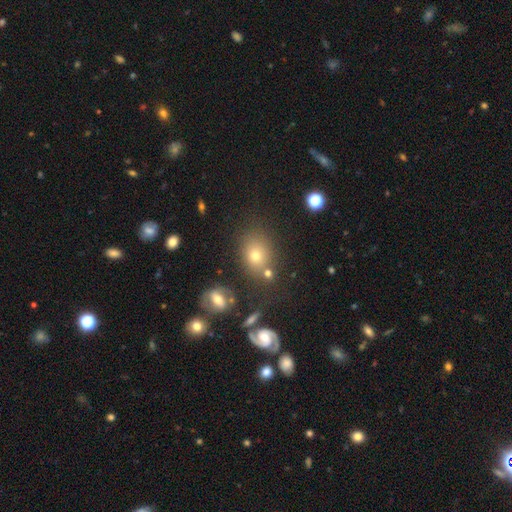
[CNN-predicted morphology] Smooth or featured?
  - smooth: 64% *
  - featured or disk: 20%
  - star or artifact: 17%
How rounded?
  - in between: 51% *
  - round: 48%
  - cigar-shaped: 1%
Merging?
  - none: 68% *
  - minor disturbance: 14%
  - merger: 11%
  - major disturbance: 7%